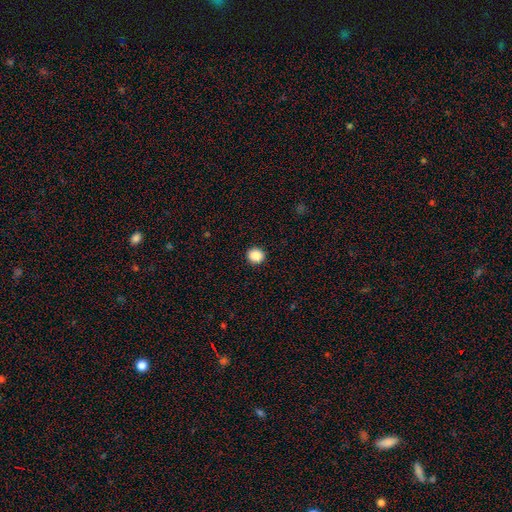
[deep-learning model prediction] A smooth galaxy with no disk features (88%) that is round (83%). Merging: none (92%).